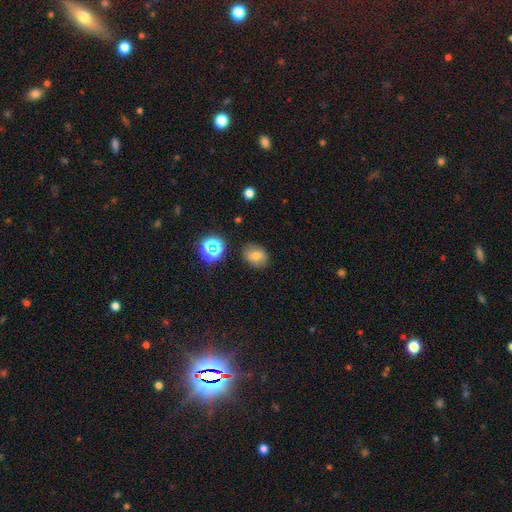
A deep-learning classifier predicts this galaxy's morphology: This appears to be a smooth galaxy with no disk features (72%) that is in between round and cigar-shaped (52%). Merging: none (82%).